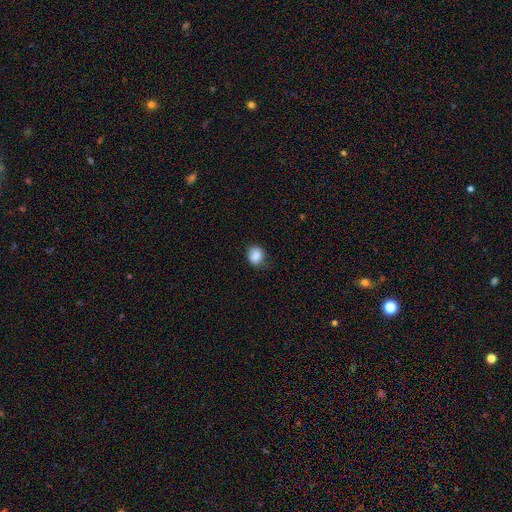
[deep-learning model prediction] Smooth or featured?
  - smooth: 87% *
  - star or artifact: 9%
  - featured or disk: 4%
How rounded?
  - round: 56% *
  - in between: 43%
  - cigar-shaped: 1%
Merging?
  - none: 73% *
  - minor disturbance: 22%
  - major disturbance: 4%
  - merger: 1%